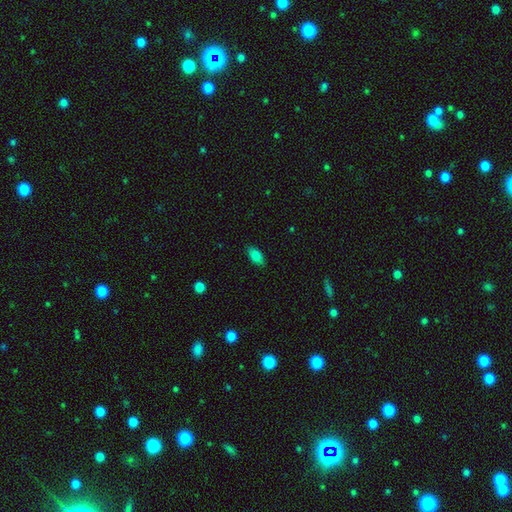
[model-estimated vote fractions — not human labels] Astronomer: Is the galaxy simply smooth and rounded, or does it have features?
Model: smooth — 82%.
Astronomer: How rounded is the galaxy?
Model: in between — 89%.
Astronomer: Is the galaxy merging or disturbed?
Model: none — 87%.